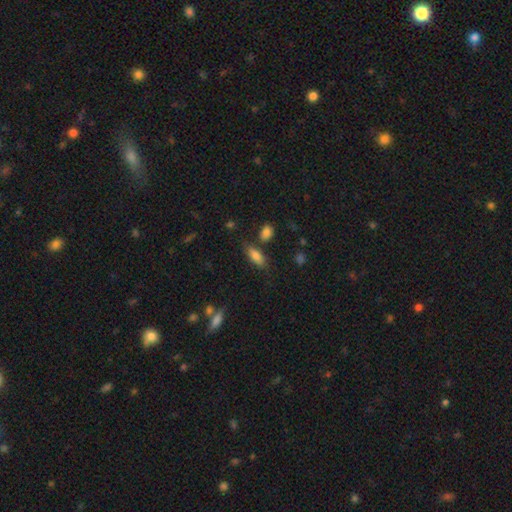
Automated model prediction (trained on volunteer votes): smooth_or_featured: smooth (p=0.80) [alt: featured or disk p=0.11]
how_rounded: in between (p=0.72) [alt: cigar-shaped p=0.25]
merging: none (p=0.71) [alt: minor disturbance p=0.16]